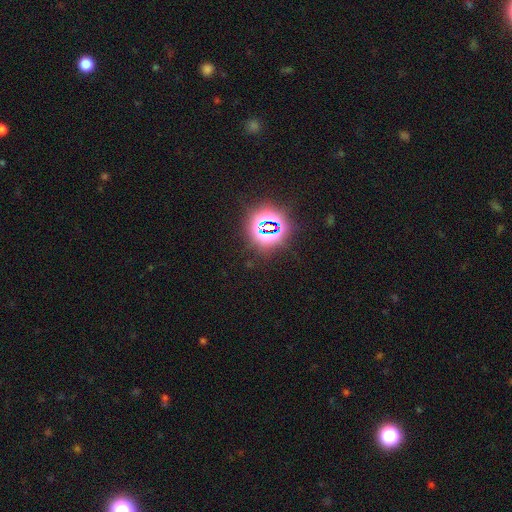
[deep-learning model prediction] A star or artifact, not a galaxy (80%).